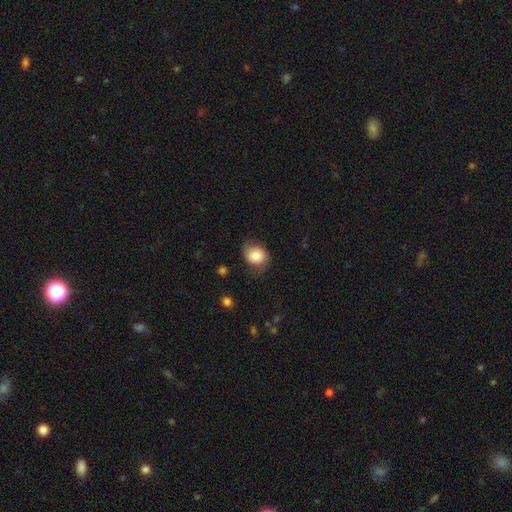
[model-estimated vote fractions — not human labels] This is likely a smooth galaxy (77%). How rounded: possibly round (59%). Merging: likely none (65%).